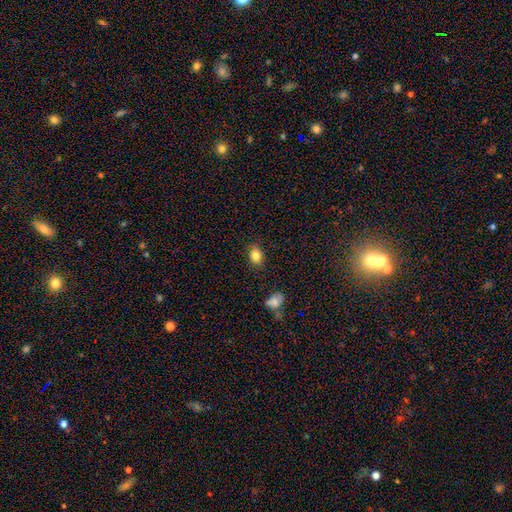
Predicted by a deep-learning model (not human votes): Smooth or featured? Predicted: smooth (p=0.83). How rounded? Predicted: in between (p=0.68). Merging? Predicted: none (p=0.84).